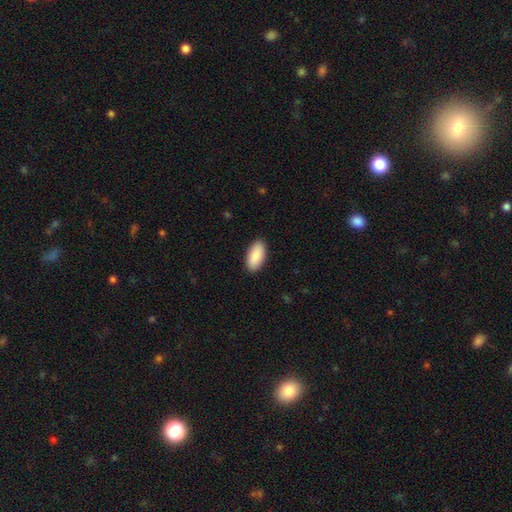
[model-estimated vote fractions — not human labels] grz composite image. It shows a smooth galaxy with no disk features (90%) that is in between round and cigar-shaped (93%). Merging: none (90%).